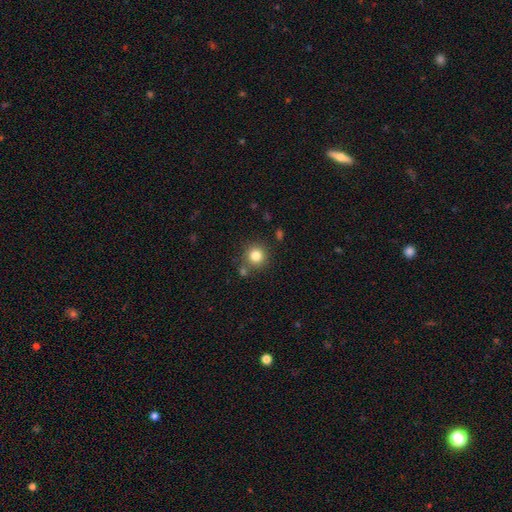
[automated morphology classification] This is clearly a smooth galaxy (82%). How rounded: clearly round (93%). Merging: clearly none (81%).